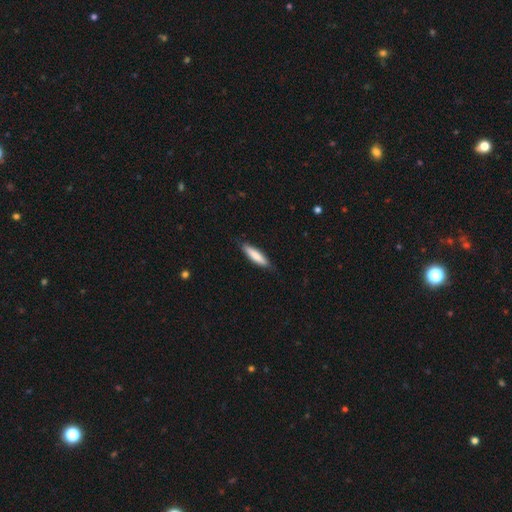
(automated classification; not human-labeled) smooth-or-featured: smooth: 81% | featured or disk: 14% | star or artifact: 5%
  how-rounded: cigar-shaped: 74% | in between: 24% | round: 1%
  merging: none: 84% | minor disturbance: 12% | major disturbance: 2% | merger: 1%